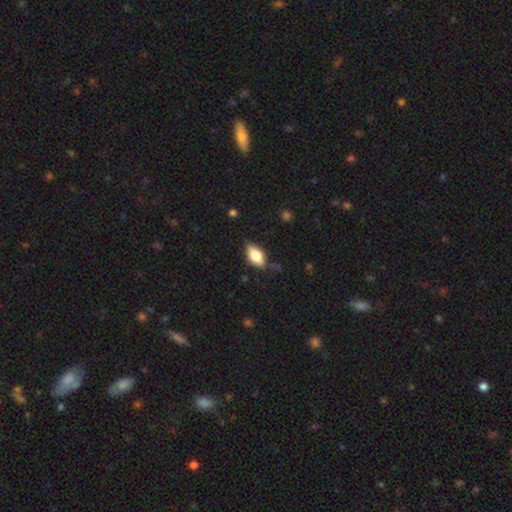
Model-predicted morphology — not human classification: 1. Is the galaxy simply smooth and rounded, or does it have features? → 65% smooth, 27% featured or disk, 8% star or artifact.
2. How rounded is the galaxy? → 86% in between, 8% cigar-shaped, 6% round.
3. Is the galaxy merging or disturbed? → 75% none, 18% minor disturbance, 4% major disturbance, 2% merger.